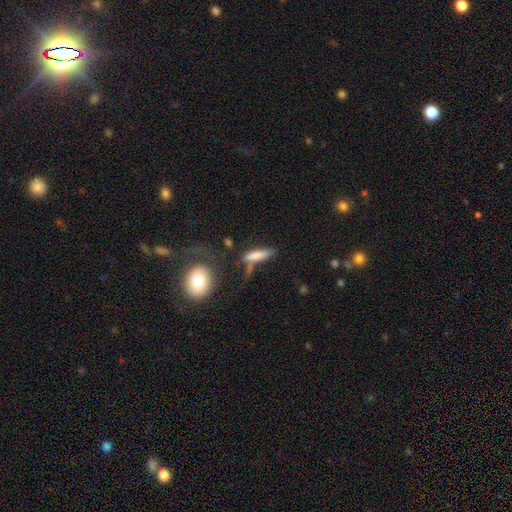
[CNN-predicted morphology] Overall: smooth (77%). How rounded: cigar-shaped (61%; in between 36%). Merging: none (48%; minor disturbance 21%).